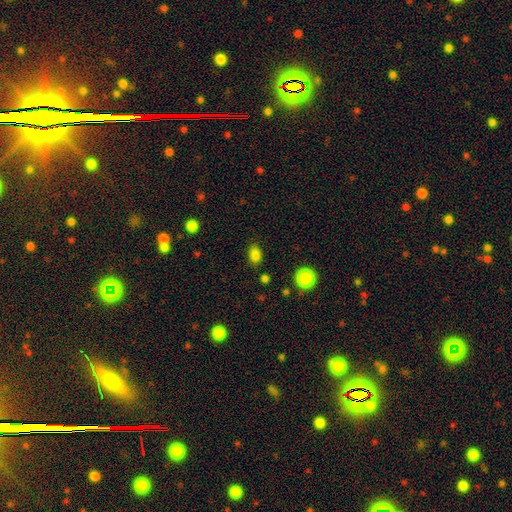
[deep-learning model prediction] This is clearly a smooth galaxy (83%). How rounded: likely in between (77%). Merging: clearly none (82%).